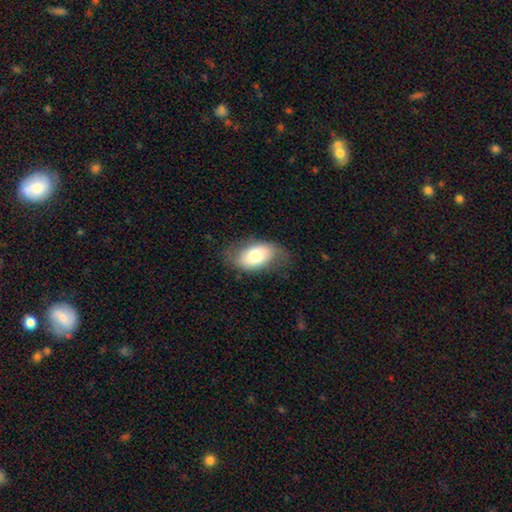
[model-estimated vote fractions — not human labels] smooth_or_featured: smooth (p=0.65) [alt: featured or disk p=0.28]
how_rounded: in between (p=0.91) [alt: round p=0.07]
merging: none (p=0.67) [alt: minor disturbance p=0.23]